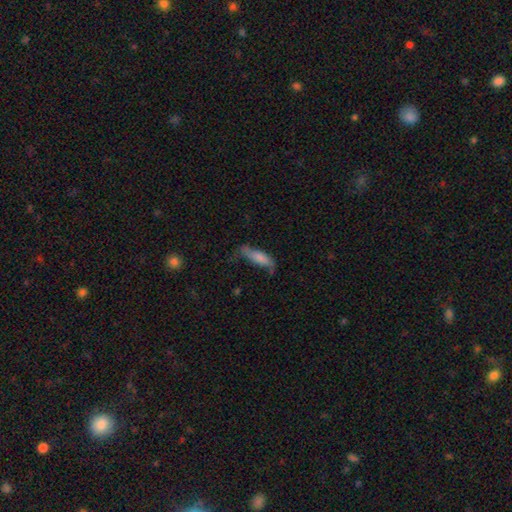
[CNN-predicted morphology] smooth 64%, featured or disk 27%, star or artifact 9%. Down the decision tree: how rounded — cigar-shaped (63%); merging — none (55%).